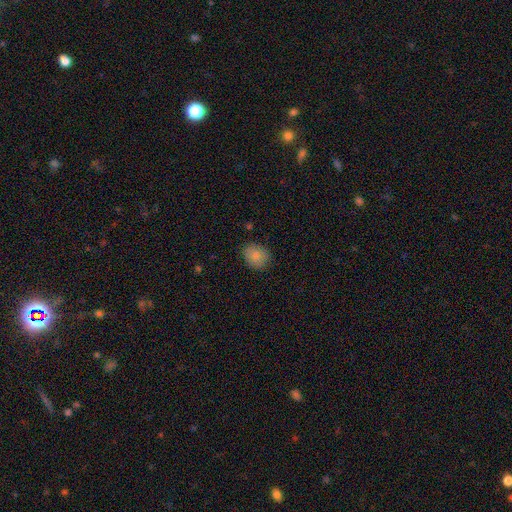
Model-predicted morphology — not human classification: This is clearly a smooth galaxy (84%). How rounded: possibly round (56%). Merging: clearly none (83%).